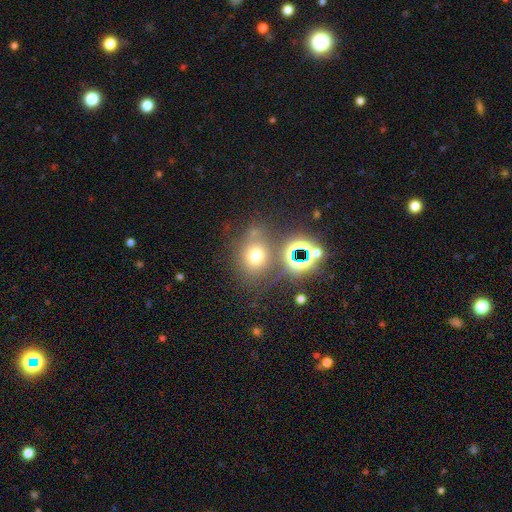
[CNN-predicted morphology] This appears to be a smooth galaxy with no disk features (63%) that is round (66%). Merging: none (63%).